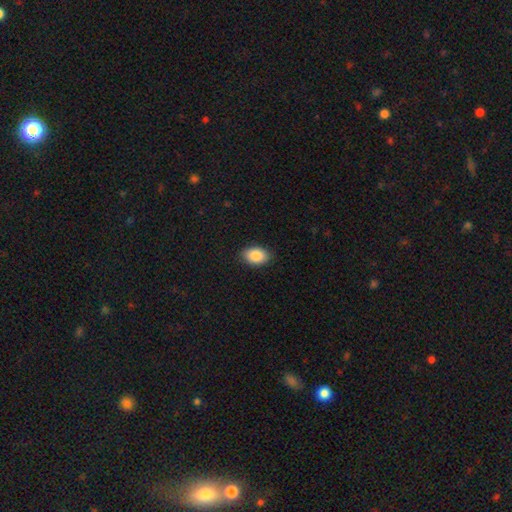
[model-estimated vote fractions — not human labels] Smooth or featured: smooth — 87% (star or artifact — 7%)
How rounded: in between — 87% (round — 12%)
Merging: none — 89% (minor disturbance — 9%)